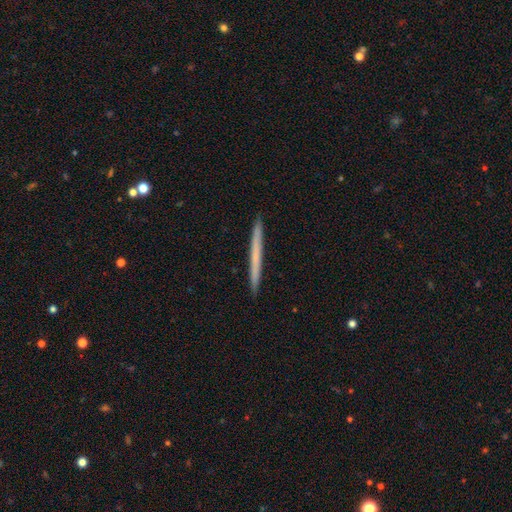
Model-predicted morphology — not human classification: smooth 52%, featured or disk 42%, star or artifact 6%. Down the decision tree: how rounded — cigar-shaped (98%); merging — none (93%).